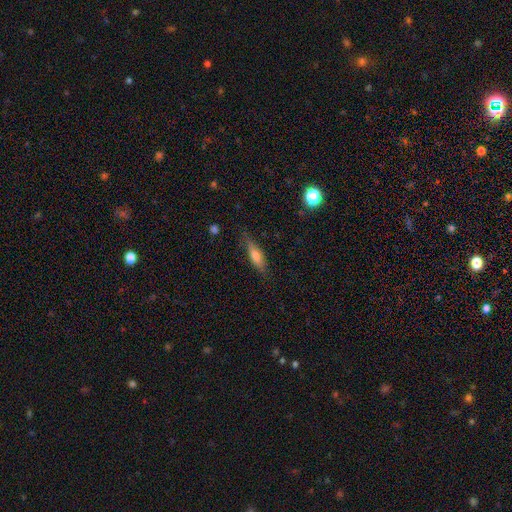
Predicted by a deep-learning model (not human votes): smooth_or_featured: smooth (p=0.62) [alt: featured or disk p=0.31]
how_rounded: cigar-shaped (p=0.58) [alt: in between p=0.39]
merging: none (p=0.74) [alt: minor disturbance p=0.20]